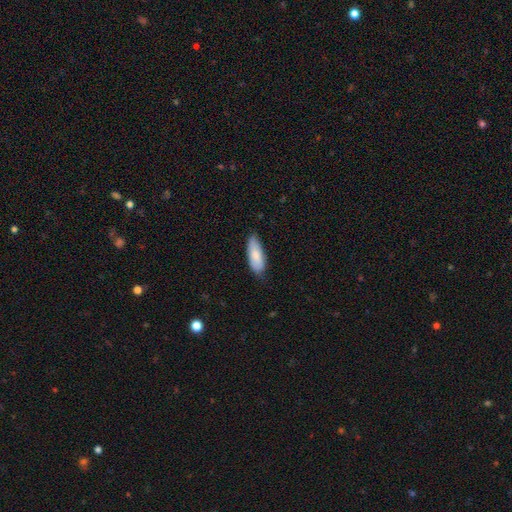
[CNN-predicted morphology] Overall: smooth (82%). How rounded: in between (75%). Merging: none (74%).